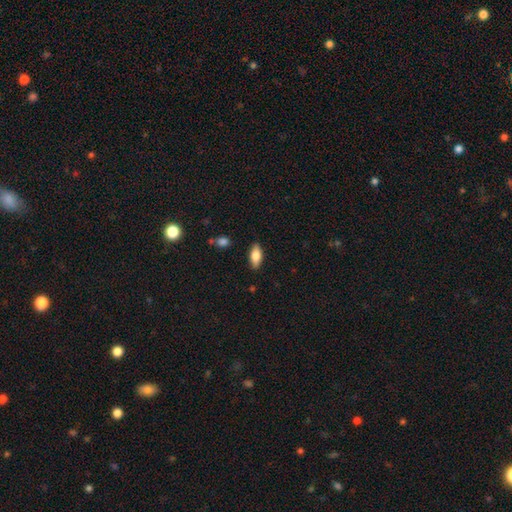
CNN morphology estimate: A smooth galaxy with no disk features (75%) that is in between round and cigar-shaped (80%). Merging: none (88%).